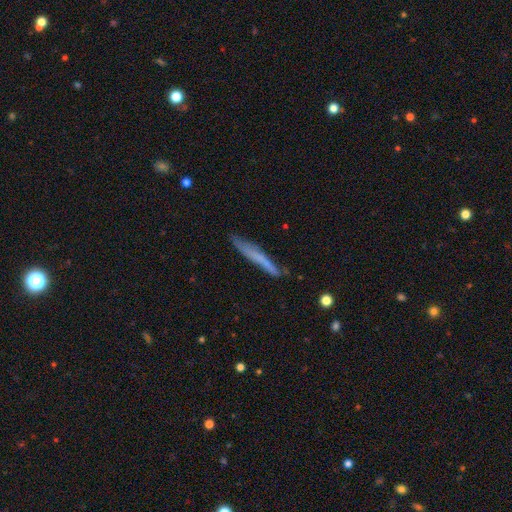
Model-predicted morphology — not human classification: Smooth or featured: smooth — 51% (featured or disk — 42%)
How rounded: cigar-shaped — 95% (in between — 3%)
Merging: none — 73% (minor disturbance — 21%)